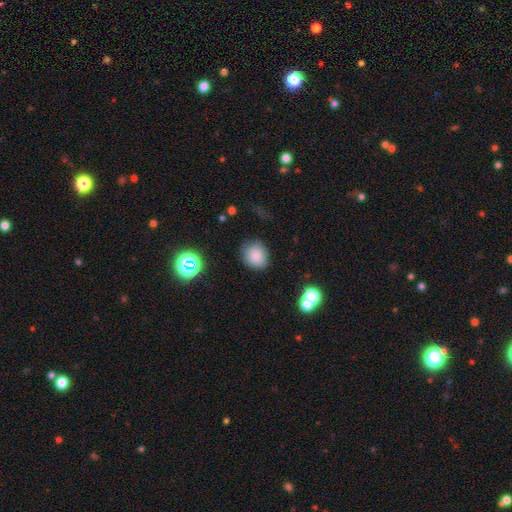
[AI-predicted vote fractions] smooth_or_featured: smooth (p=0.83) [alt: star or artifact p=0.11]
how_rounded: round (p=0.74) [alt: in between p=0.25]
merging: none (p=0.78) [alt: minor disturbance p=0.15]